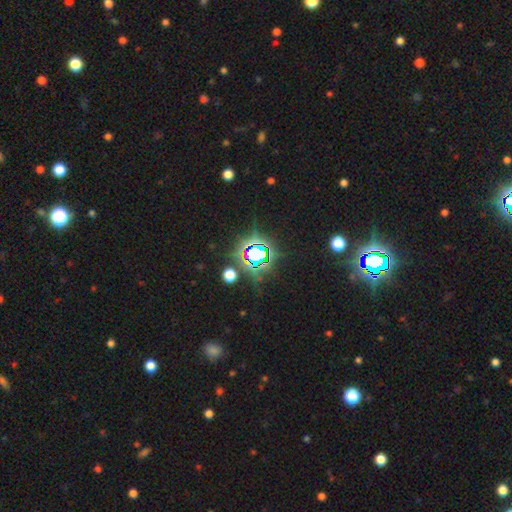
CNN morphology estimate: Smooth or featured? star or artifact (74%)